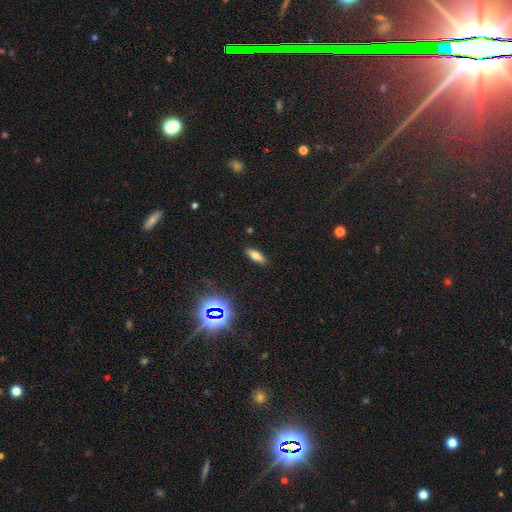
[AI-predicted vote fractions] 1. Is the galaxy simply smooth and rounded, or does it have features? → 68% smooth, 17% featured or disk, 15% star or artifact.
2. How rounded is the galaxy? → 64% in between, 33% cigar-shaped, 3% round.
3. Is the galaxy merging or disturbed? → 89% none, 8% minor disturbance, 2% major disturbance, 1% merger.